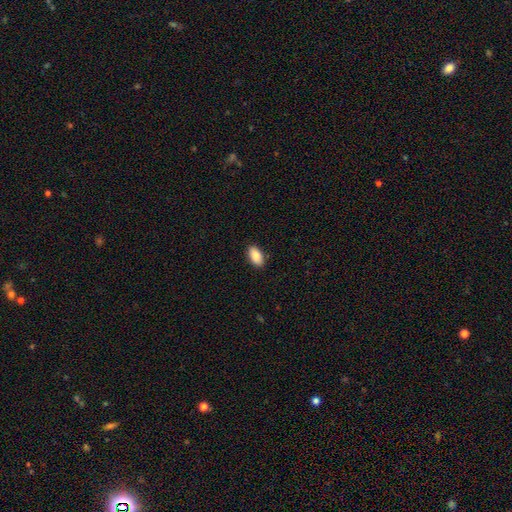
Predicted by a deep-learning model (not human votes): A smooth galaxy with no disk features (88%) that is in between round and cigar-shaped (94%).

Vote fractions:
- Smooth or featured? smooth: 88% / star or artifact: 7% / featured or disk: 5%
- How rounded? in between: 94% / cigar-shaped: 3% / round: 3%
- Merging? none: 89% / minor disturbance: 8% / major disturbance: 2% / merger: 1%